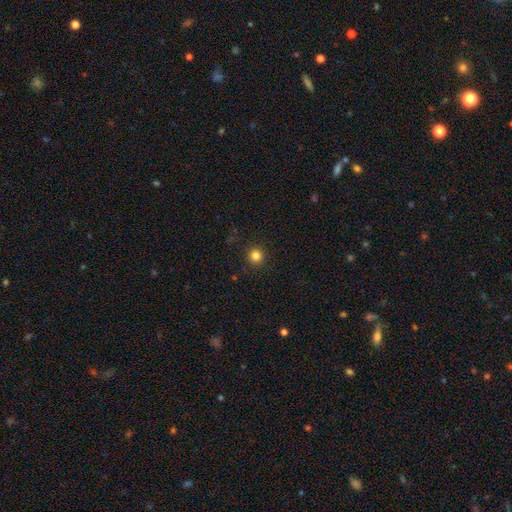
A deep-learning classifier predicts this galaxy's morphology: This appears to be a smooth galaxy with no disk features (83%) that is round (95%). Merging: none (92%).